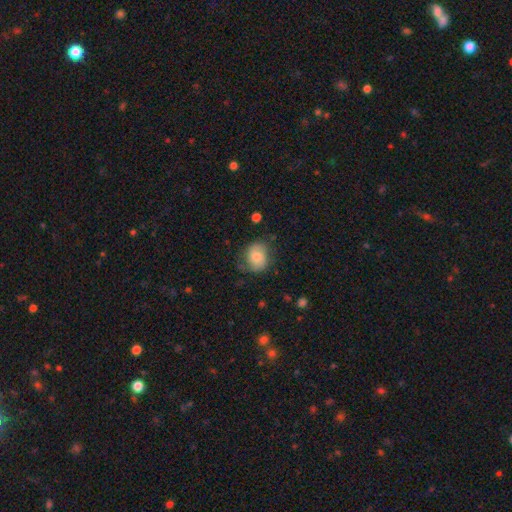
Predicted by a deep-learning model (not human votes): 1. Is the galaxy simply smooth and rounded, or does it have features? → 66% smooth, 26% featured or disk, 8% star or artifact.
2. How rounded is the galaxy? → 55% round, 44% in between, 1% cigar-shaped.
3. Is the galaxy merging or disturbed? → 67% none, 24% minor disturbance, 7% major disturbance, 2% merger.